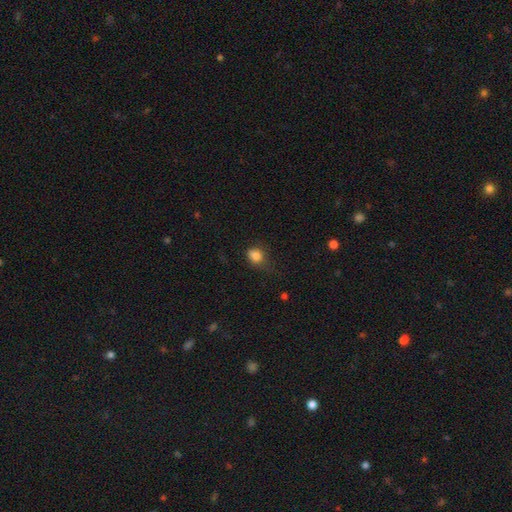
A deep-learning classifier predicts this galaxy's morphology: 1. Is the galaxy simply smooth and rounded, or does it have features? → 84% smooth, 11% star or artifact, 5% featured or disk.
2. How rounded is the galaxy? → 55% round, 44% in between, 1% cigar-shaped.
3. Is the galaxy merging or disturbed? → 56% none, 30% minor disturbance, 11% major disturbance, 2% merger.